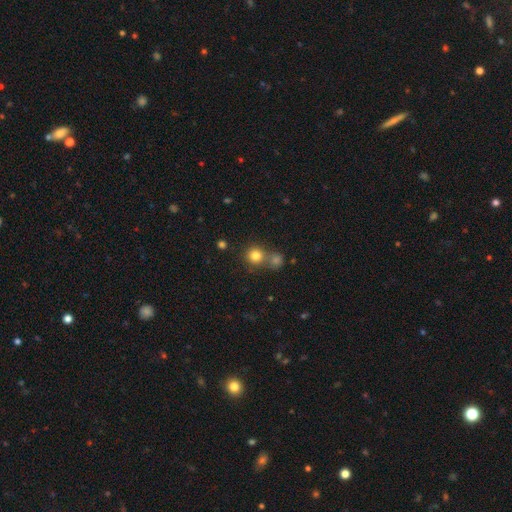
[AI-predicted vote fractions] Smooth or featured? Predicted: smooth (p=0.80). How rounded? Predicted: round (p=0.90). Merging? Predicted: none (p=0.59).